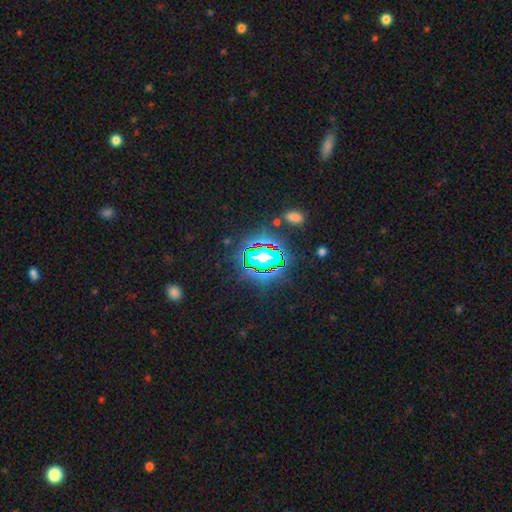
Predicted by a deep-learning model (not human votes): A star or artifact, not a galaxy (77%).